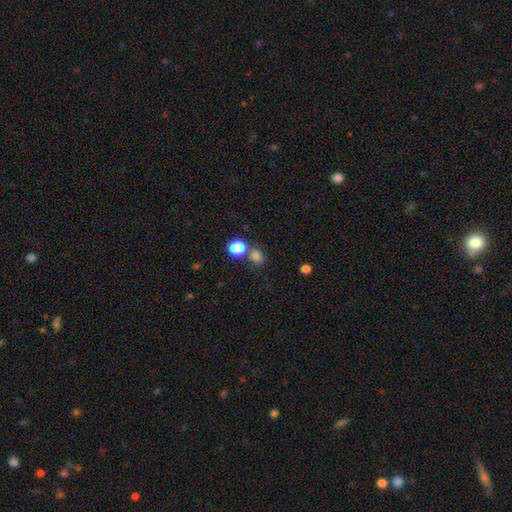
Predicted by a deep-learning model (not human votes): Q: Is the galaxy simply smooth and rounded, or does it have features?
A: smooth — 78%.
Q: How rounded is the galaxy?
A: round — 72%.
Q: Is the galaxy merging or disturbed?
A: none — 63%.